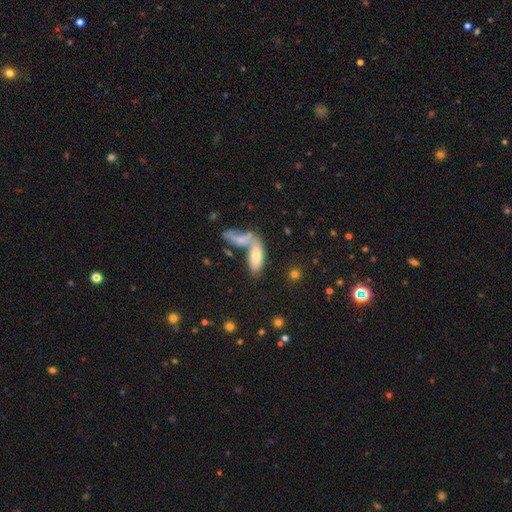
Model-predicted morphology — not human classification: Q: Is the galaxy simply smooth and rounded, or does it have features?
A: smooth — 70%.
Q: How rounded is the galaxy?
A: in between — 78%.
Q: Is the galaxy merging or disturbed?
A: merger — 51%.